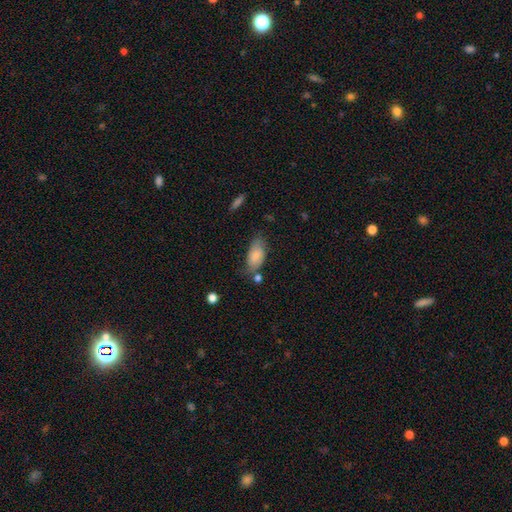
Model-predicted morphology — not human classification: smooth-or-featured: smooth: 80% | featured or disk: 13% | star or artifact: 6%
  how-rounded: in between: 91% | cigar-shaped: 6% | round: 3%
  merging: none: 61% | minor disturbance: 25% | merger: 8% | major disturbance: 6%